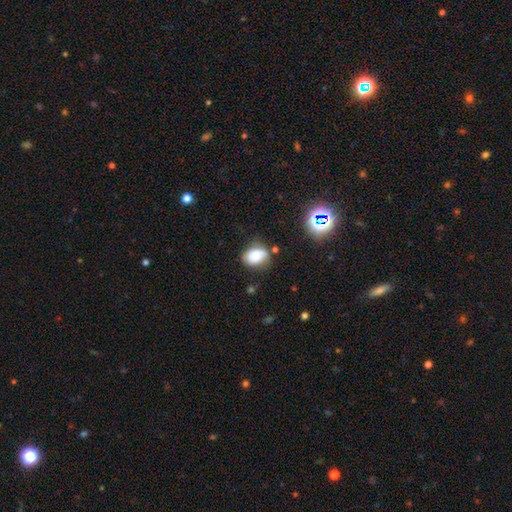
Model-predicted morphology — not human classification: Smooth or featured? Predicted: smooth (p=0.80). How rounded? Predicted: in between (p=0.77). Merging? Predicted: none (p=0.65).